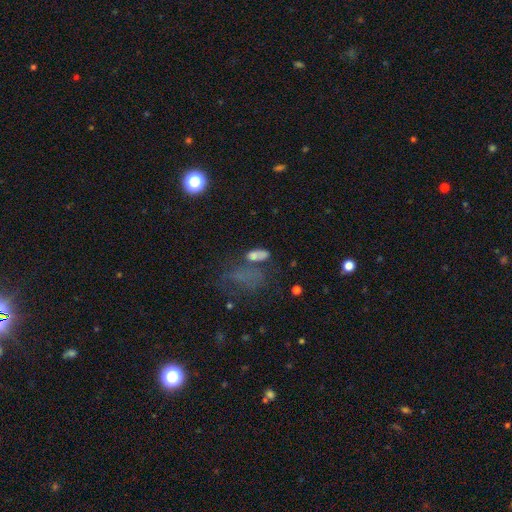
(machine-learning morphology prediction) type=smooth (67%); roundness=in between (82%); merging=none (34%).